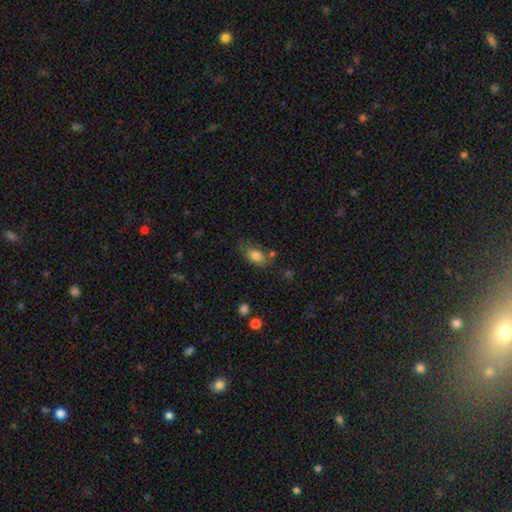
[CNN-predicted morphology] Overall: smooth (82%). How rounded: in between (86%). Merging: none (64%).